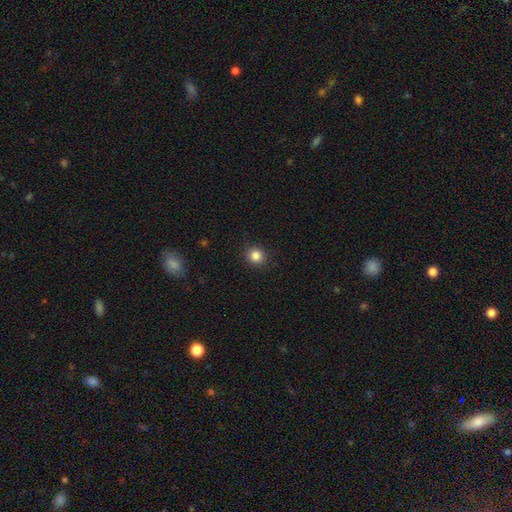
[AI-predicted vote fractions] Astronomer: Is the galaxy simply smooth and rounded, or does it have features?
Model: smooth — 85%.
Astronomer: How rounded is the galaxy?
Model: round — 90%.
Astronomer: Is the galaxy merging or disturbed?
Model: none — 91%.